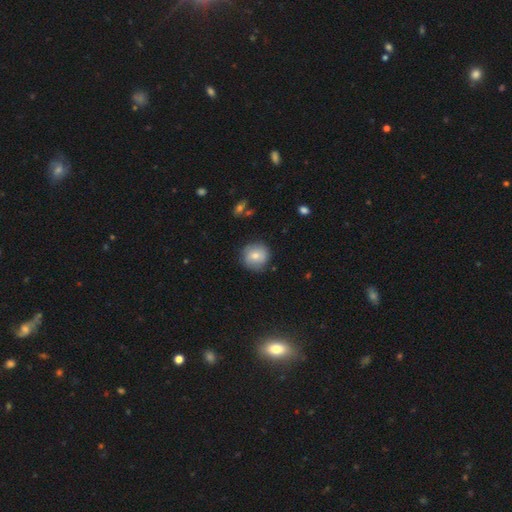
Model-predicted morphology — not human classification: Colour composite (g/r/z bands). It shows a smooth galaxy with no disk features (70%) that is round (92%). Merging: none (82%).